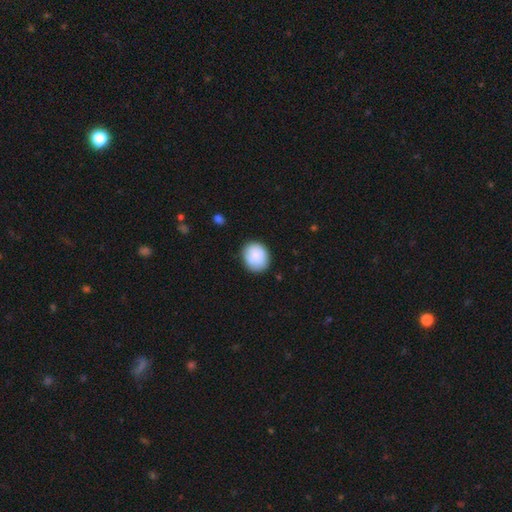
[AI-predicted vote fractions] A smooth galaxy with no disk features (87%) that is round (65%). Merging: none (82%).